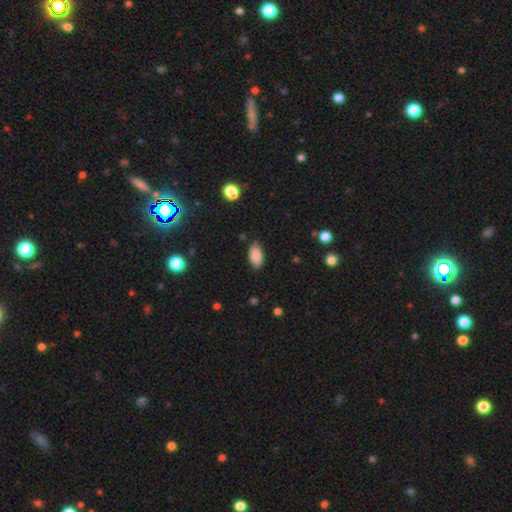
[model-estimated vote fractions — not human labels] Overall: smooth (88%). How rounded: in between (94%). Merging: none (79%).